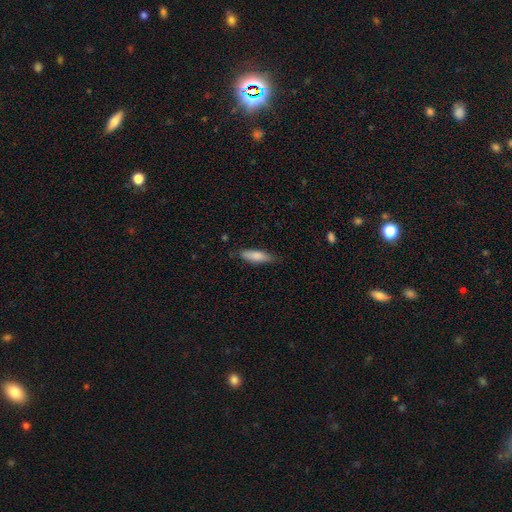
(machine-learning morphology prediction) type=smooth (81%); roundness=cigar-shaped (54%); merging=none (77%).